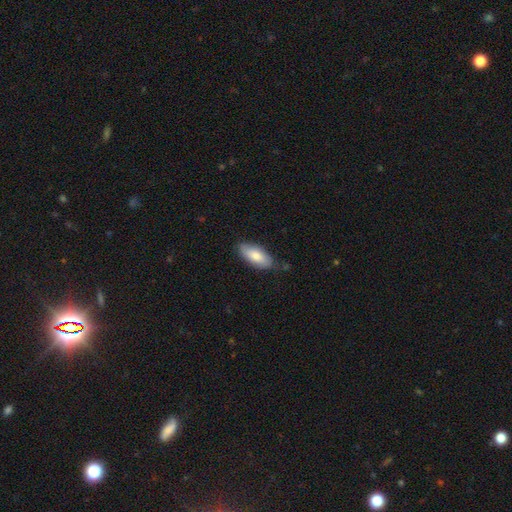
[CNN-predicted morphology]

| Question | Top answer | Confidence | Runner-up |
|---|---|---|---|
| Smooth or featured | smooth | 79% | featured or disk (16%) |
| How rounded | in between | 85% | cigar-shaped (13%) |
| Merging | none | 74% | minor disturbance (21%) |